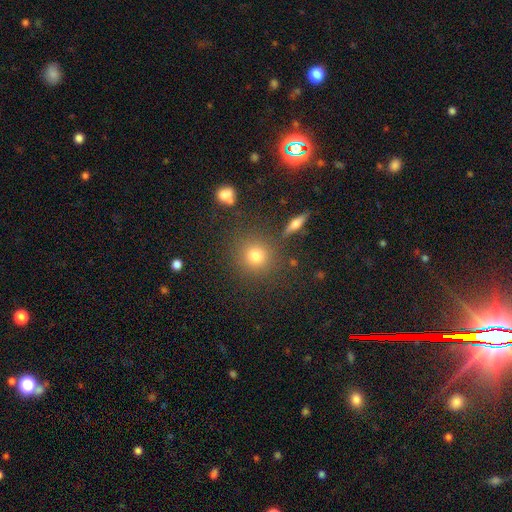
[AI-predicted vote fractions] Smooth or featured? smooth (76%)
How rounded? round (88%)
Merging? none (83%)